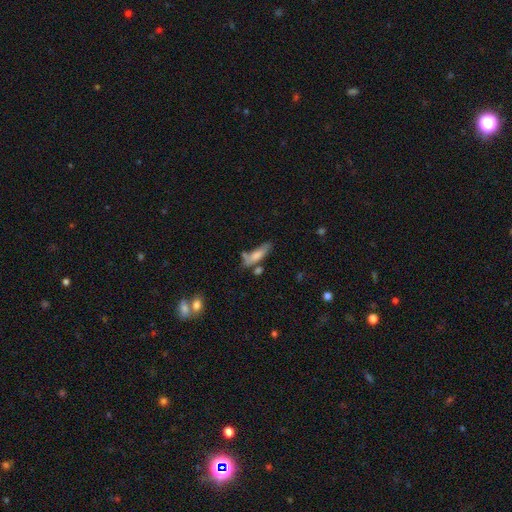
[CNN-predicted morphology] Smooth or featured? Predicted: smooth (p=0.71). How rounded? Predicted: cigar-shaped (p=0.52). Merging? Predicted: none (p=0.46).